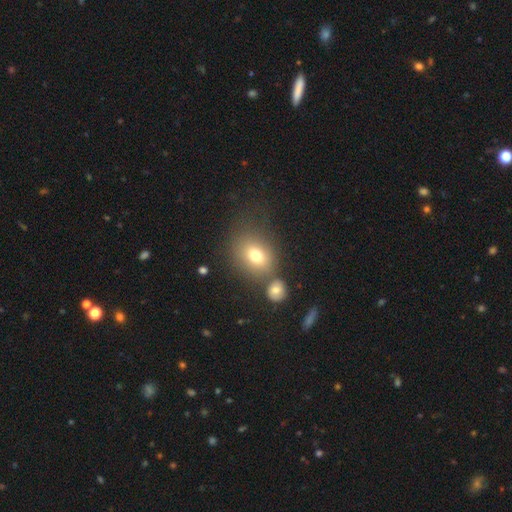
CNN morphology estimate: smooth 73%, featured or disk 14%, star or artifact 13%. Down the decision tree: how rounded — round (51%); merging — none (62%).